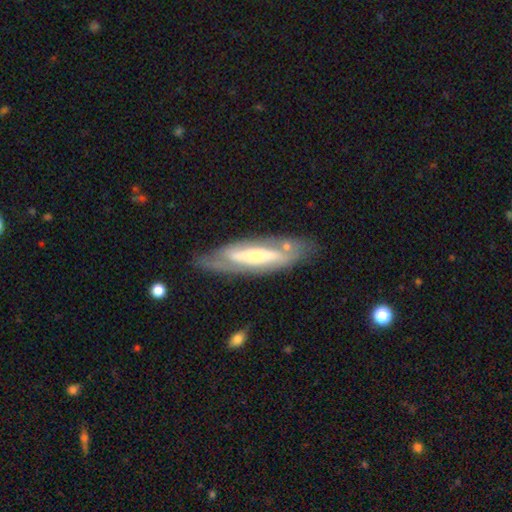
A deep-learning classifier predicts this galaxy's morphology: This is likely a featured or disk galaxy (75%). It is likely not viewed edge-on (65%). Merging: likely none (76%).